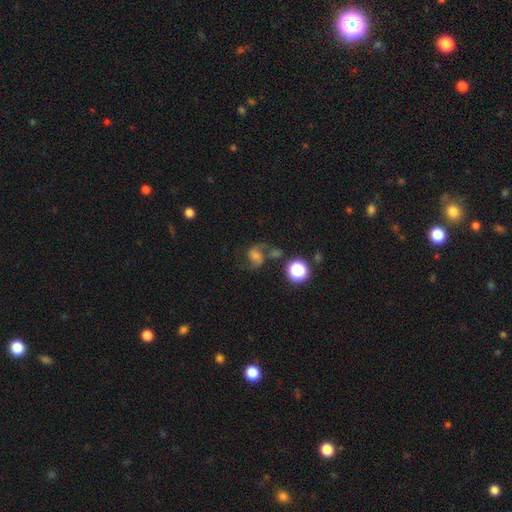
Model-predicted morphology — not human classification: Smooth or featured? featured or disk (56%)
Edge-on disk? no (98%)
Bar? no (53%)
Spiral arms? yes (89%)
Bulge size? moderate (34%)
Merging? none (48%)